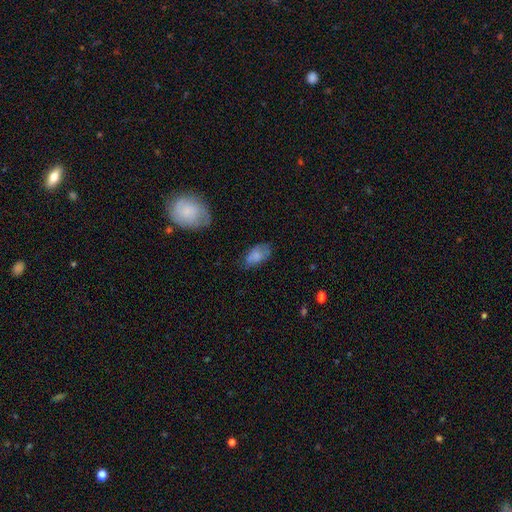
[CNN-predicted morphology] Q: Smooth or featured?
A: smooth (74%); runner-up: featured or disk (17%)
Q: How rounded?
A: in between (92%); runner-up: round (5%)
Q: Merging?
A: none (59%); runner-up: minor disturbance (28%)